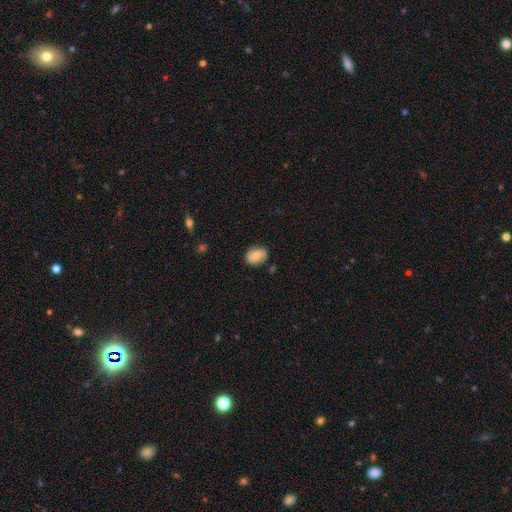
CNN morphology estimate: smooth_or_featured: smooth (p=0.49) [alt: featured or disk p=0.43]
merging: none (p=0.77) [alt: minor disturbance p=0.17]